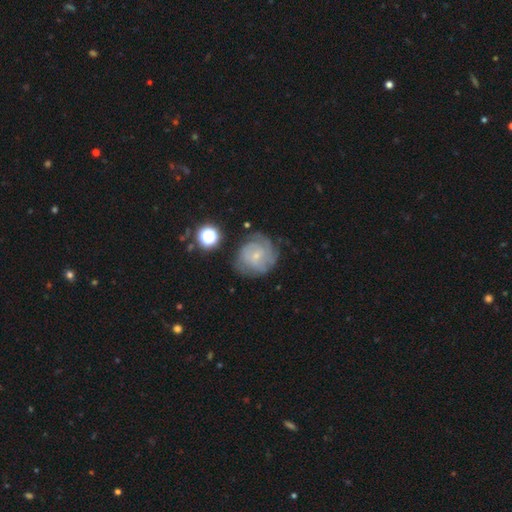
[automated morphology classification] featured or disk 69%, smooth 22%, star or artifact 9%. Down the decision tree: edge-on disk — no (98%); bar — no (60%); spiral arms — yes (89%); spiral arm count — can't tell (44%); spiral winding — tight (58%); bulge size — small (76%); merging — none (67%).